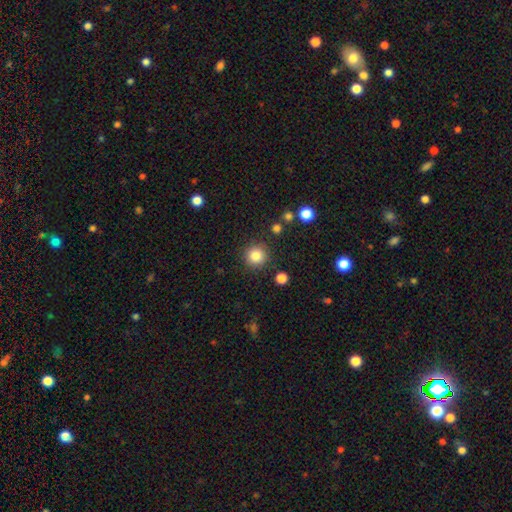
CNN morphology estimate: The model was most divided on "smooth or featured": smooth: 83%, star or artifact: 11%, featured or disk: 6%. More confident: how rounded — round (94%); merging — none (88%).